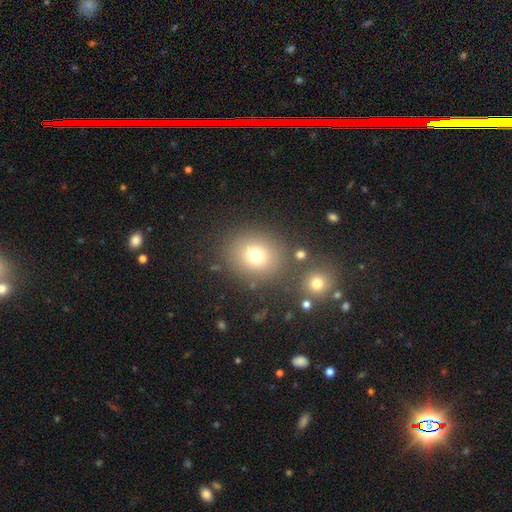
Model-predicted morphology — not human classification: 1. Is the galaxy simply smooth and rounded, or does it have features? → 73% smooth, 16% star or artifact, 11% featured or disk.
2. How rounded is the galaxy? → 77% round, 22% in between, 1% cigar-shaped.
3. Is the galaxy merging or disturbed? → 79% none, 9% minor disturbance, 8% merger, 4% major disturbance.